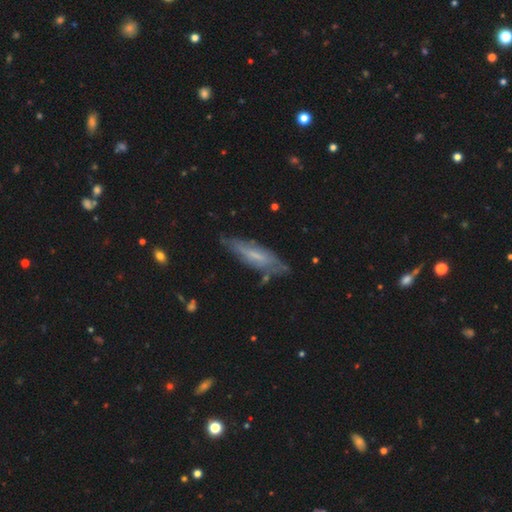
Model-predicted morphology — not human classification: Q: Smooth or featured?
A: featured or disk (55%); runner-up: smooth (39%)
Q: Edge-on disk?
A: no (50%); tied with: yes (50%)
Q: Merging?
A: none (69%); runner-up: minor disturbance (22%)